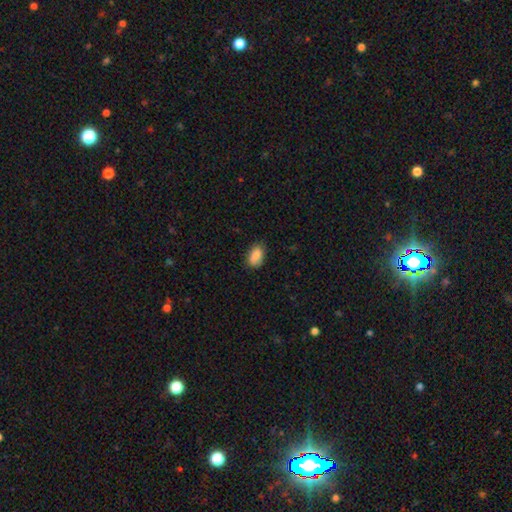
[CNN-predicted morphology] This is clearly a smooth galaxy (87%). How rounded: clearly in between (90%). Merging: clearly none (80%).